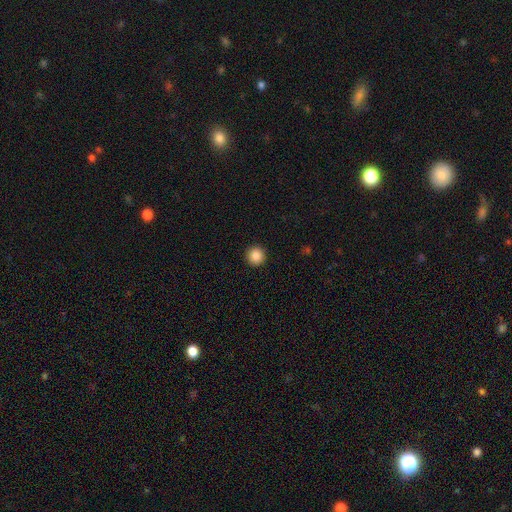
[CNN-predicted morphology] smooth-or-featured: smooth: 86% | star or artifact: 10% | featured or disk: 5%
  how-rounded: round: 96% | in between: 3% | cigar-shaped: 1%
  merging: none: 93% | minor disturbance: 4% | major disturbance: 2% | merger: 1%